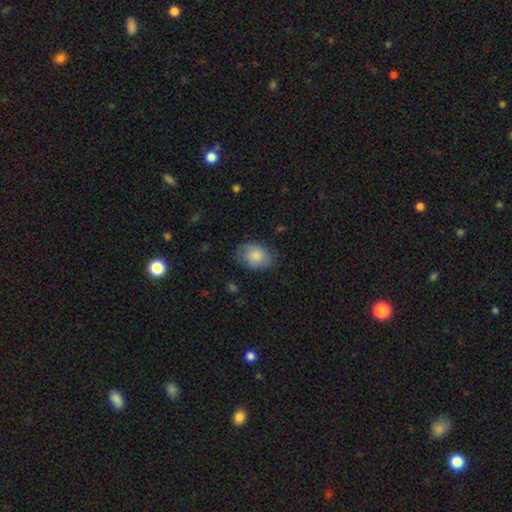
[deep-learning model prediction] smooth-or-featured: smooth: 84% | featured or disk: 10% | star or artifact: 6%
  how-rounded: in between: 82% | round: 17% | cigar-shaped: 1%
  merging: none: 72% | minor disturbance: 21% | major disturbance: 5% | merger: 1%